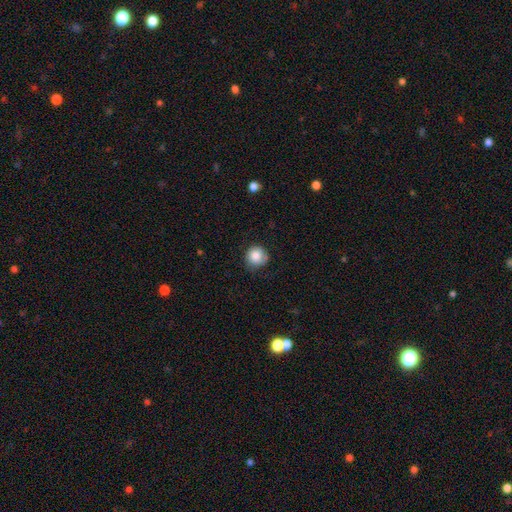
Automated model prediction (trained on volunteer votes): This appears to be a smooth galaxy with no disk features (83%) that is round (92%). Merging: none (74%).